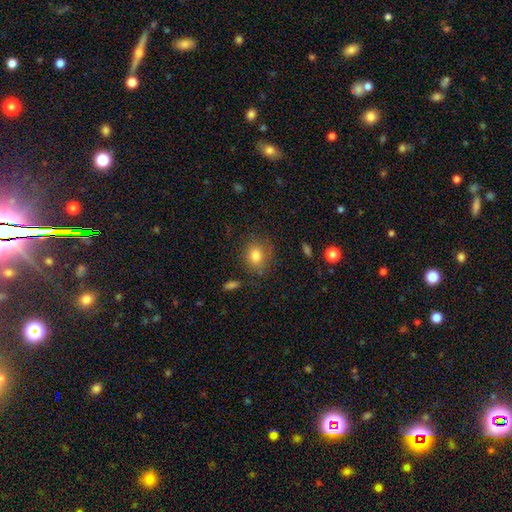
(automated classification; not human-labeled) Smooth or featured?
  - smooth: 82% *
  - star or artifact: 10%
  - featured or disk: 9%
How rounded?
  - round: 65% *
  - in between: 34%
  - cigar-shaped: 1%
Merging?
  - none: 78% *
  - minor disturbance: 15%
  - major disturbance: 5%
  - merger: 3%